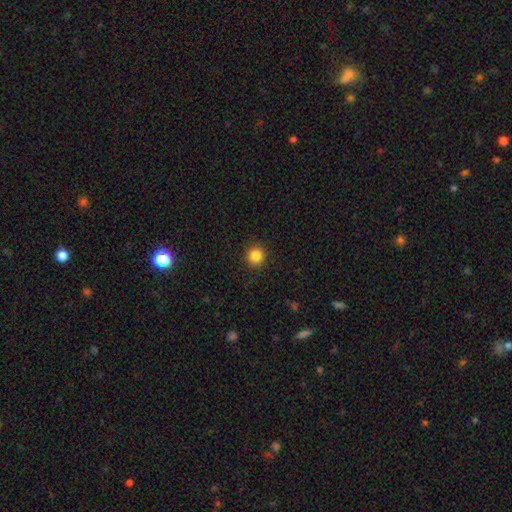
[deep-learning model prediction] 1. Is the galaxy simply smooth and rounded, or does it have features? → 85% smooth, 11% star or artifact, 4% featured or disk.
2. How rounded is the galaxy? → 94% round, 5% in between, 1% cigar-shaped.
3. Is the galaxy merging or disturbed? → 92% none, 5% minor disturbance, 2% major disturbance, 1% merger.